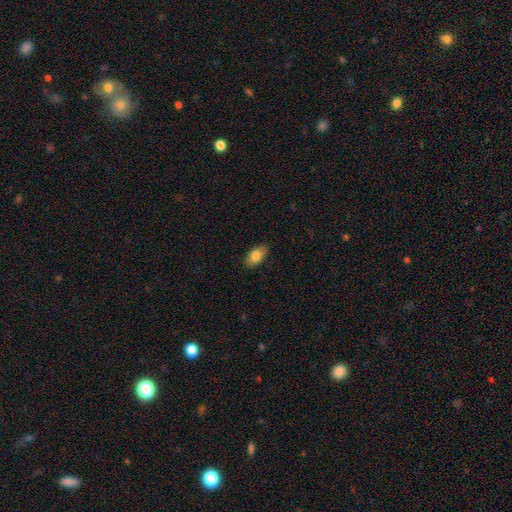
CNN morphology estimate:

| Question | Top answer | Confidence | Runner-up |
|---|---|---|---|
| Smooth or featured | smooth | 81% | featured or disk (12%) |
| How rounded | in between | 91% | round (6%) |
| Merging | none | 87% | minor disturbance (10%) |